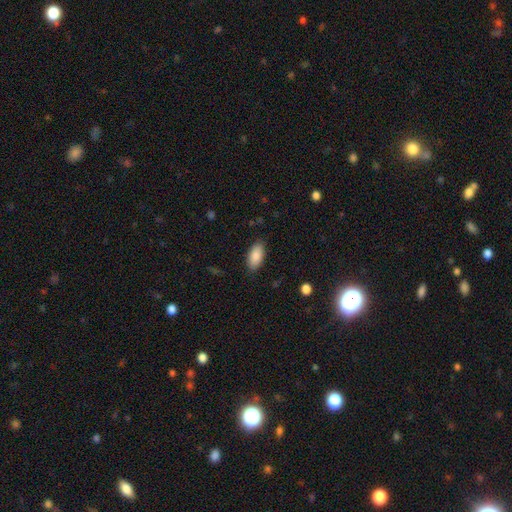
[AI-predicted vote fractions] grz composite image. It shows a smooth galaxy with no disk features (88%) that is in between round and cigar-shaped (93%). Merging: none (86%).